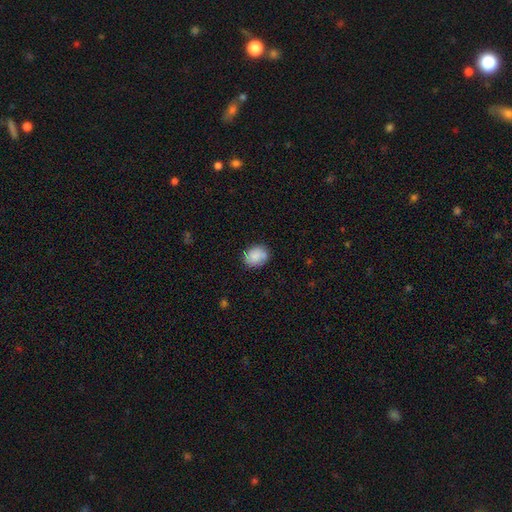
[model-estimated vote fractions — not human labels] Smooth or featured? smooth (85%)
How rounded? in between (51%)
Merging? none (76%)